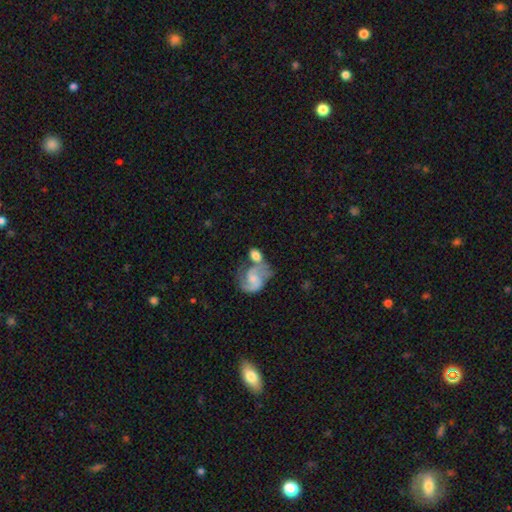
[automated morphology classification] A featured or disk galaxy (49%). Merging: merger (47%).